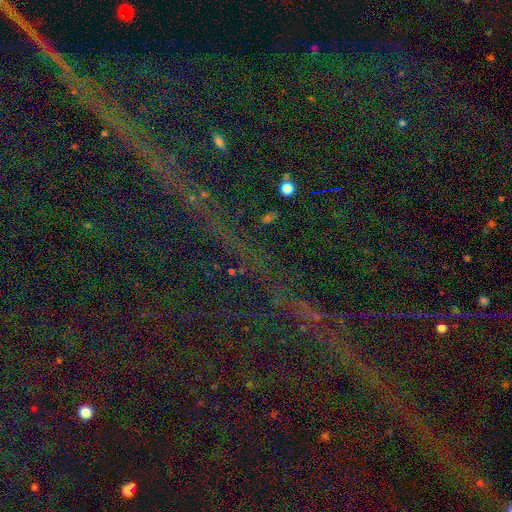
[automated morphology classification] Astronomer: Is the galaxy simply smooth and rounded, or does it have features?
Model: star or artifact — 84%.